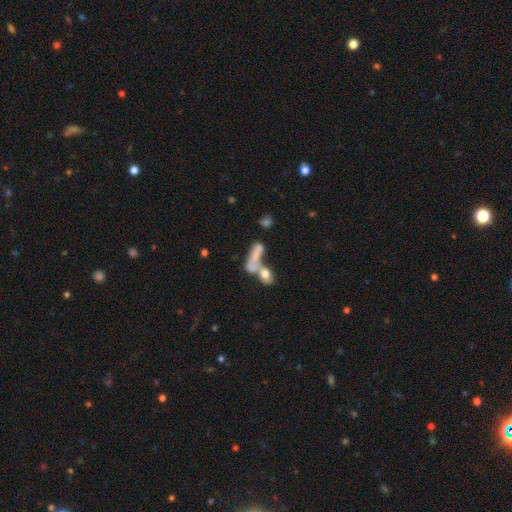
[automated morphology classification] Smooth or featured?
  - smooth: 58% *
  - featured or disk: 30%
  - star or artifact: 12%
How rounded?
  - cigar-shaped: 45% * (tied)
  - in between: 45% * (tied)
  - round: 10%
Merging?
  - merger: 55% *
  - none: 22%
  - major disturbance: 14%
  - minor disturbance: 10%